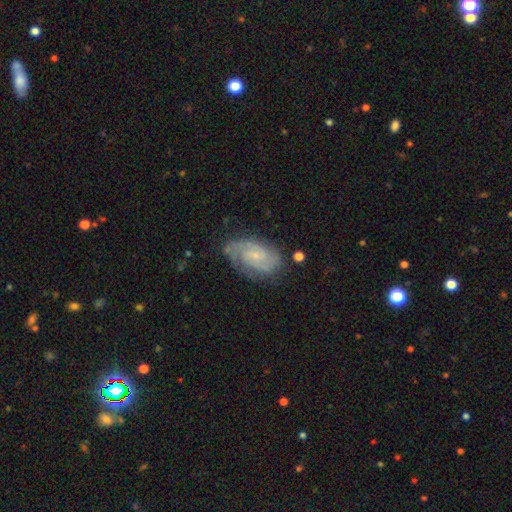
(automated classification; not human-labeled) This is clearly a featured or disk galaxy (80%). It is clearly not viewed edge-on (97%). Bar: possibly no (54%). Spiral arm pattern: clearly yes (96%). Spiral arm count: possibly 2 (60%). Spiral winding: possibly tight (48%). Central bulge: likely small (74%). Merging: likely none (73%).